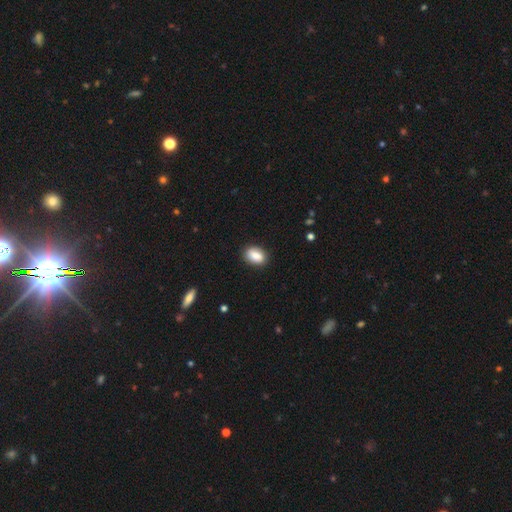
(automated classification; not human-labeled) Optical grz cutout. It shows a smooth galaxy with no disk features (87%) that is in between round and cigar-shaped (84%). Merging: none (87%).